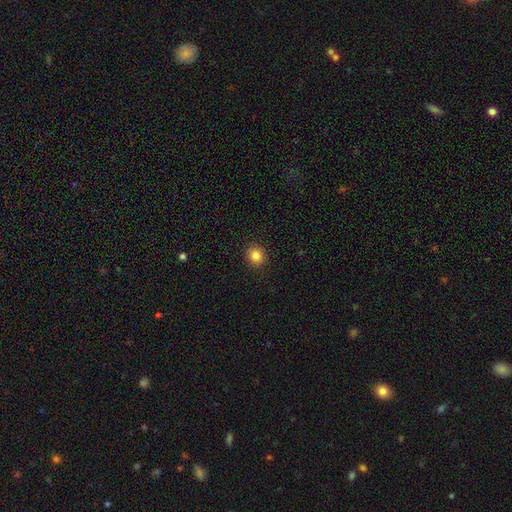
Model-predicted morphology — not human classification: smooth-or-featured: smooth: 86% | star or artifact: 10% | featured or disk: 4%
  how-rounded: round: 84% | in between: 15% | cigar-shaped: 1%
  merging: none: 91% | minor disturbance: 6% | major disturbance: 2% | merger: 1%